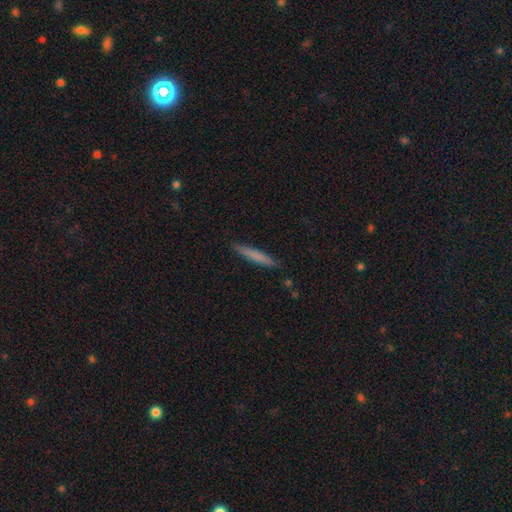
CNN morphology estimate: Q: Smooth or featured?
A: smooth (75%); runner-up: featured or disk (19%)
Q: How rounded?
A: cigar-shaped (95%); runner-up: in between (4%)
Q: Merging?
A: none (89%); runner-up: minor disturbance (8%)